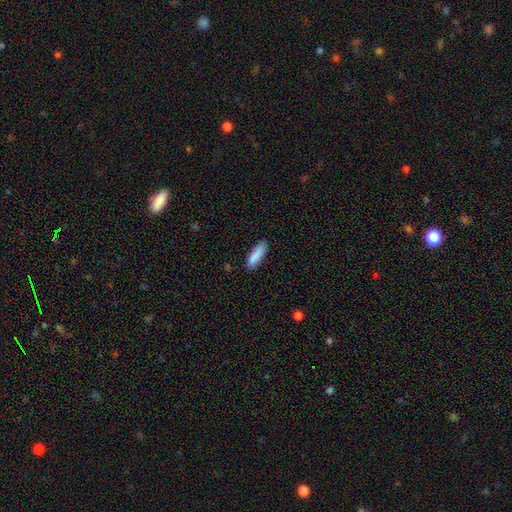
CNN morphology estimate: smooth 88%, star or artifact 6%, featured or disk 6%. Down the decision tree: how rounded — cigar-shaped (51%); merging — none (84%).